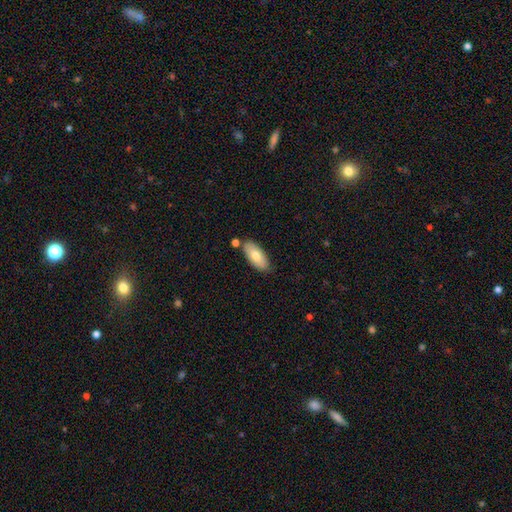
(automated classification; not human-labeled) Smooth or featured? Predicted: smooth (p=0.74). How rounded? Predicted: in between (p=0.87). Merging? Predicted: none (p=0.79).